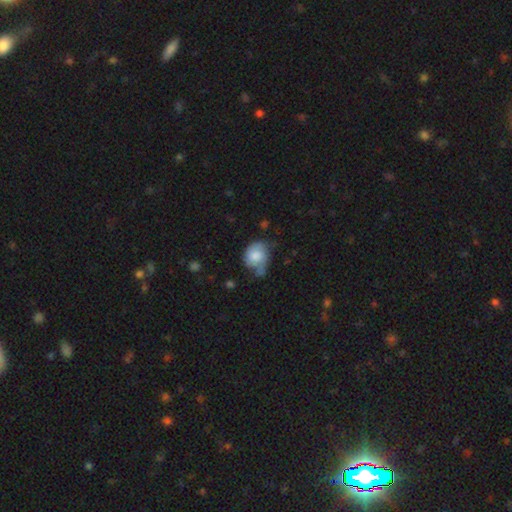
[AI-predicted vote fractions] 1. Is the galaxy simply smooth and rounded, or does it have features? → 62% smooth, 30% featured or disk, 8% star or artifact.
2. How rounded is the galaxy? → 50% in between, 49% round, 1% cigar-shaped.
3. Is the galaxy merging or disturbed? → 37% minor disturbance, 33% none, 22% major disturbance, 8% merger.